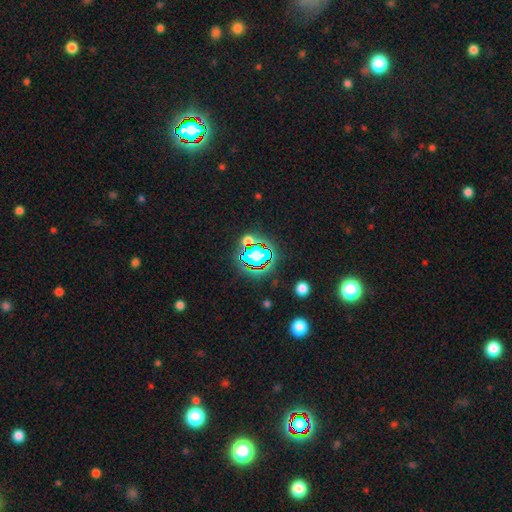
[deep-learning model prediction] Smooth or featured? Predicted: star or artifact (p=0.58).